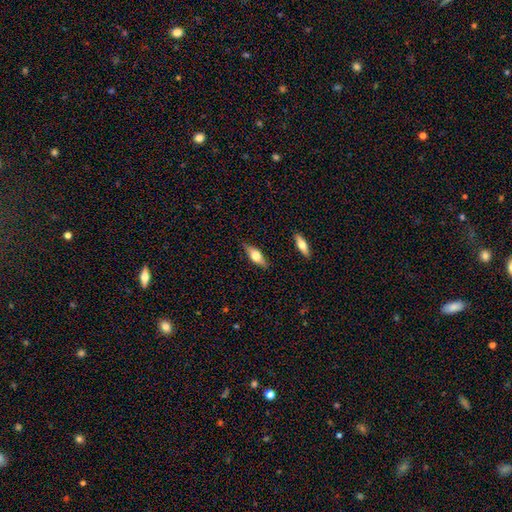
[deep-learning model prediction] Smooth or featured?
  - smooth: 47% *
  - featured or disk: 46%
  - star or artifact: 6%
Merging?
  - none: 84% *
  - minor disturbance: 12%
  - major disturbance: 3%
  - merger: 2%